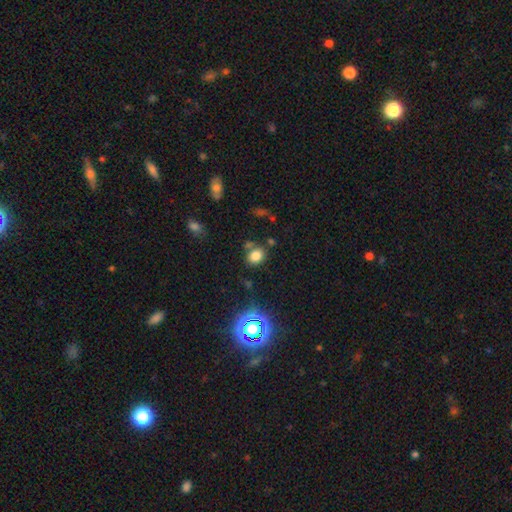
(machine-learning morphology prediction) Smooth or featured? Predicted: smooth (p=0.77). How rounded? Predicted: round (p=0.53). Merging? Predicted: none (p=0.72).